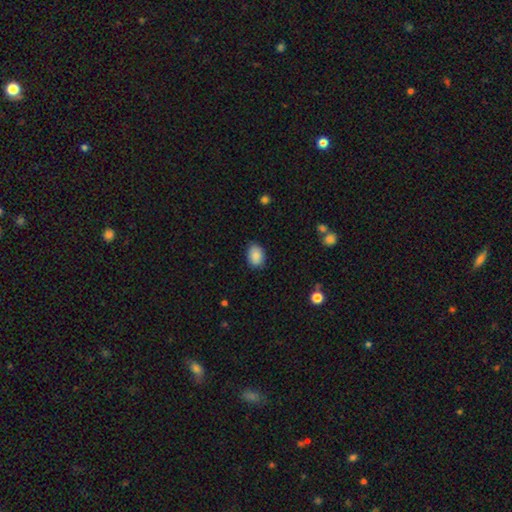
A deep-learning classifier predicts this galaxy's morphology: A smooth galaxy with no disk features (88%) that is in between round and cigar-shaped (76%). Merging: none (81%).